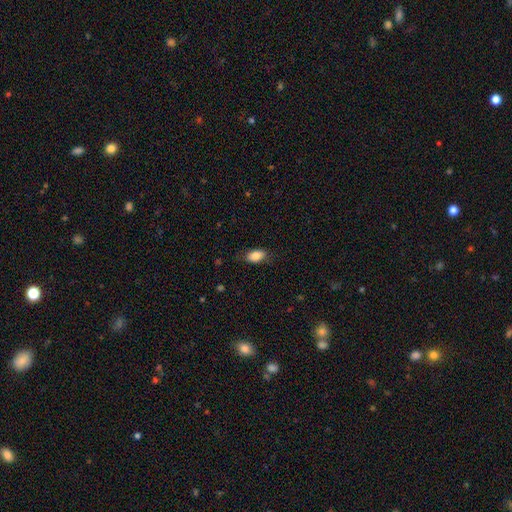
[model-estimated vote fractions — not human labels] smooth-or-featured: smooth: 86% | star or artifact: 7% | featured or disk: 6%
  how-rounded: in between: 91% | round: 6% | cigar-shaped: 3%
  merging: none: 78% | minor disturbance: 17% | major disturbance: 4% | merger: 1%